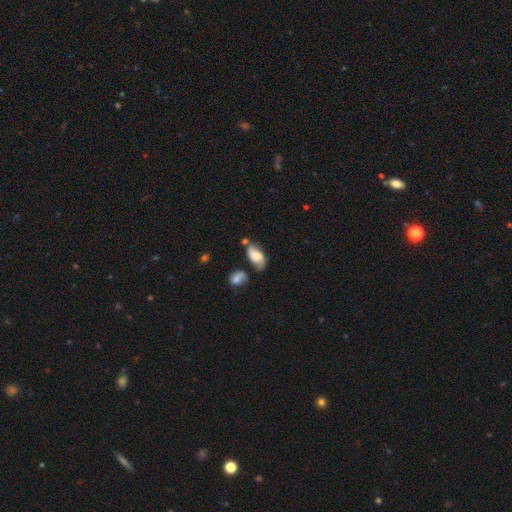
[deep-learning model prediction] This appears to be a smooth galaxy with no disk features (68%) that is in between round and cigar-shaped (91%). Merging: none (44%).